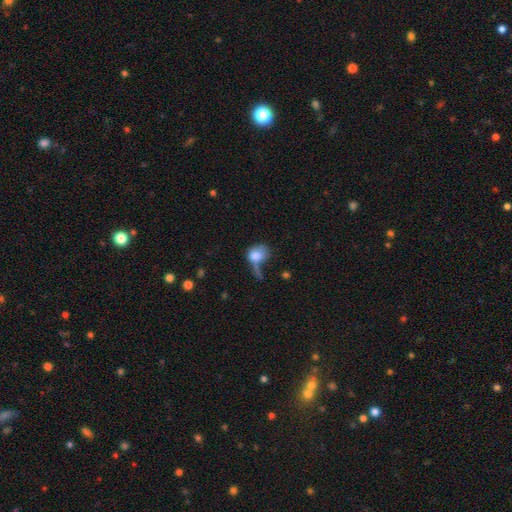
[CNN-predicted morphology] Smooth or featured? Predicted: smooth (p=0.72). How rounded? Predicted: in between (p=0.53). Merging? Predicted: major disturbance (p=0.40).